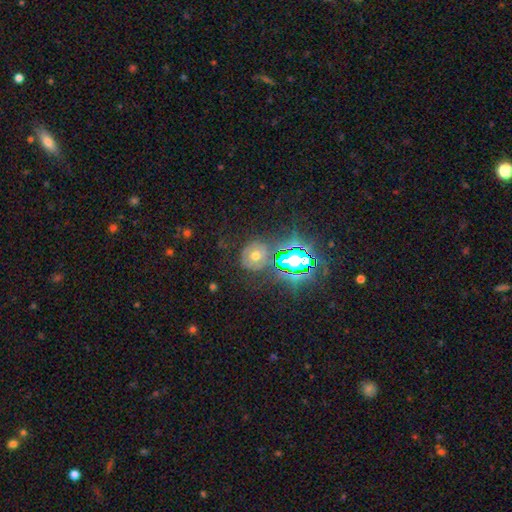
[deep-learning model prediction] Overall: smooth (44%; star or artifact 31%). Merging: none (72%).